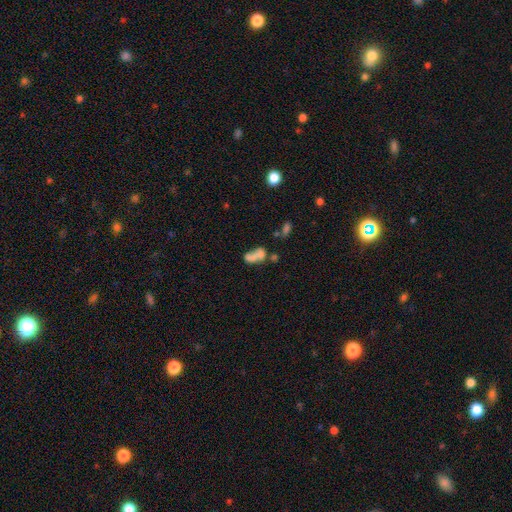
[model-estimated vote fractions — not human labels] Morphology: type=smooth (61%); roundness=in between (80%); merging=merger (47%).